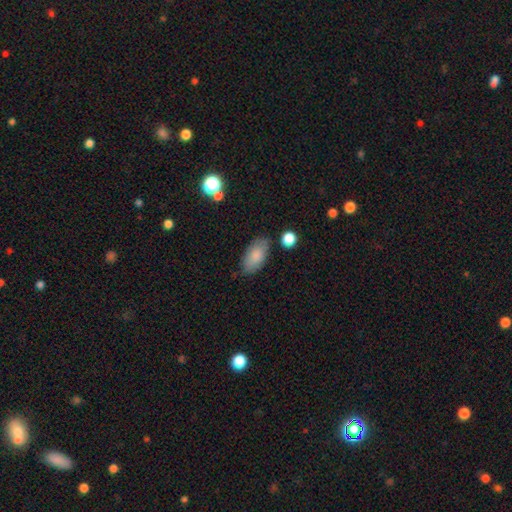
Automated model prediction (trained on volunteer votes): The model was most divided on "merging": none: 77%, minor disturbance: 16%, major disturbance: 4%, merger: 3%. More confident: how rounded — in between (93%); smooth or featured — smooth (83%).